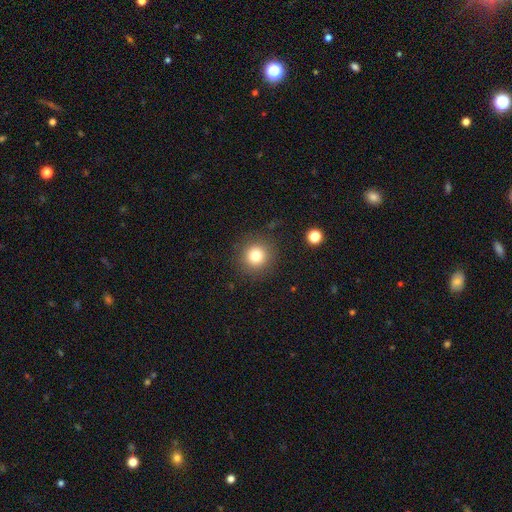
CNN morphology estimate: A smooth galaxy with no disk features (79%) that is round (93%).

Vote fractions:
- Smooth or featured? smooth: 79% / star or artifact: 13% / featured or disk: 8%
- How rounded? round: 93% / in between: 6% / cigar-shaped: 1%
- Merging? none: 88% / minor disturbance: 7% / major disturbance: 3% / merger: 1%